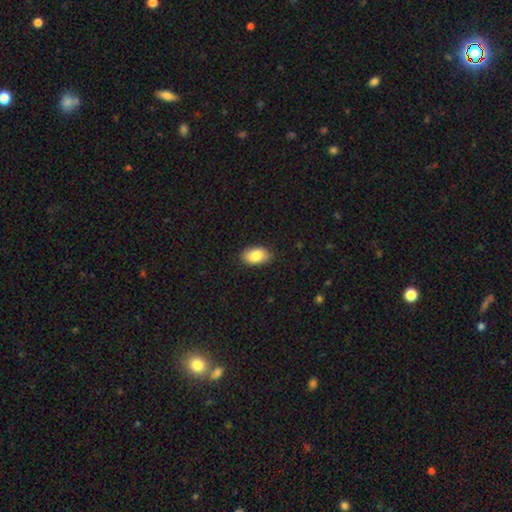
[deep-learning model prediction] smooth-or-featured: smooth: 86% | featured or disk: 7% | star or artifact: 7%
  how-rounded: in between: 93% | round: 5% | cigar-shaped: 2%
  merging: none: 85% | minor disturbance: 12% | major disturbance: 2% | merger: 1%